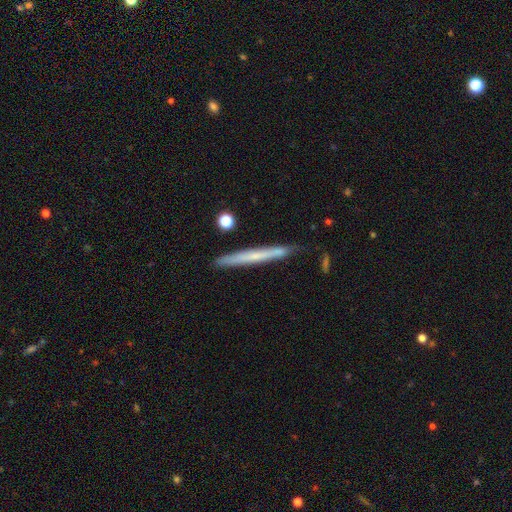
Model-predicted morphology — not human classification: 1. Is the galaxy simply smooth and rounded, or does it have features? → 47% featured or disk, 46% smooth, 7% star or artifact.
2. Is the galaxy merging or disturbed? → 83% none, 12% minor disturbance, 3% merger, 2% major disturbance.